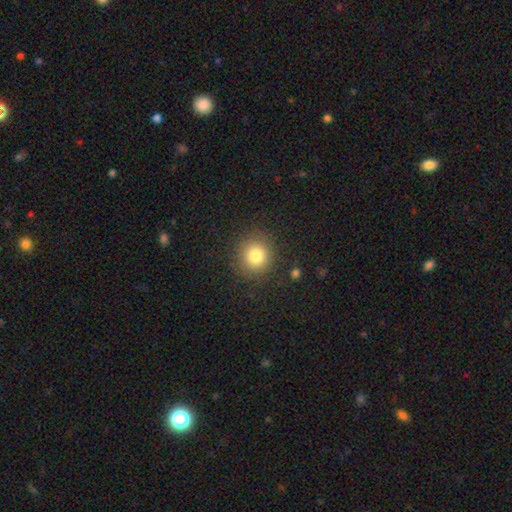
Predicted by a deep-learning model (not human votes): Overall: smooth (80%). How rounded: round (90%). Merging: none (88%).